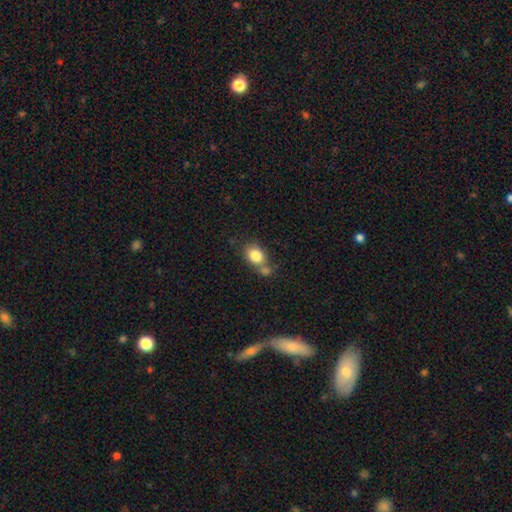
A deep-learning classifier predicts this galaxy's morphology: smooth 81%, featured or disk 10%, star or artifact 9%. Down the decision tree: how rounded — in between (57%); merging — none (45%).